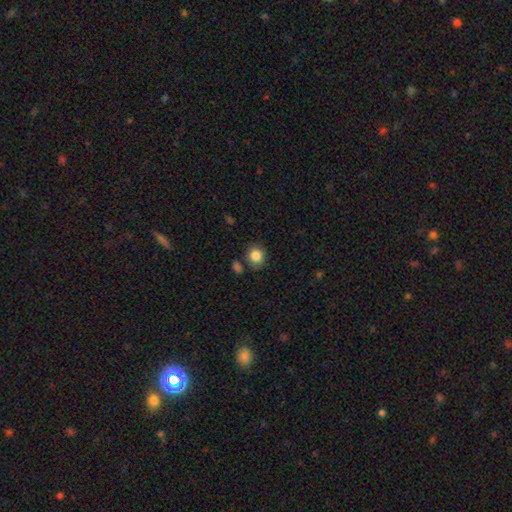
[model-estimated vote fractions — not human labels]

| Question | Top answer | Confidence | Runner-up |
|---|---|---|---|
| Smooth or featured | smooth | 86% | star or artifact (9%) |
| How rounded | round | 78% | in between (21%) |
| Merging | none | 77% | minor disturbance (12%) |